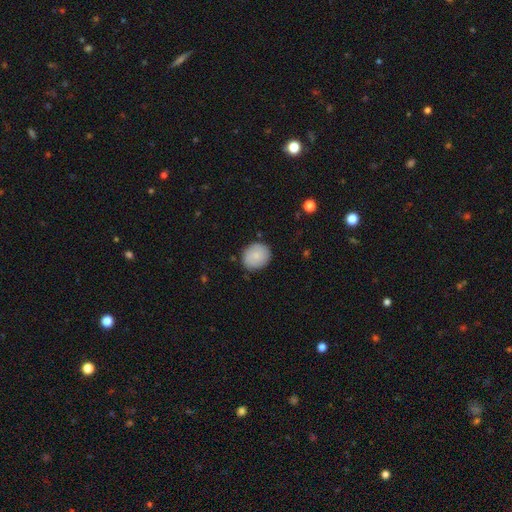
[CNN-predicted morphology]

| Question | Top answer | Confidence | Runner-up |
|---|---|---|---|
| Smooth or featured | smooth | 83% | featured or disk (11%) |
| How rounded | round | 74% | in between (26%) |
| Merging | none | 85% | minor disturbance (11%) |